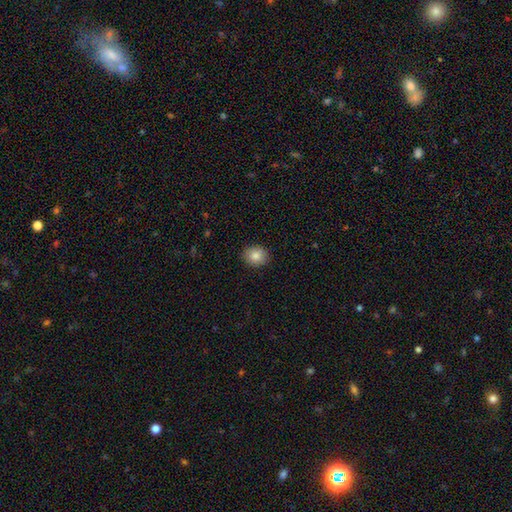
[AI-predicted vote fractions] Smooth or featured?
  - smooth: 85% *
  - star or artifact: 9%
  - featured or disk: 6%
How rounded?
  - round: 67% *
  - in between: 32%
  - cigar-shaped: 1%
Merging?
  - none: 90% *
  - minor disturbance: 8%
  - major disturbance: 2%
  - merger: 1%